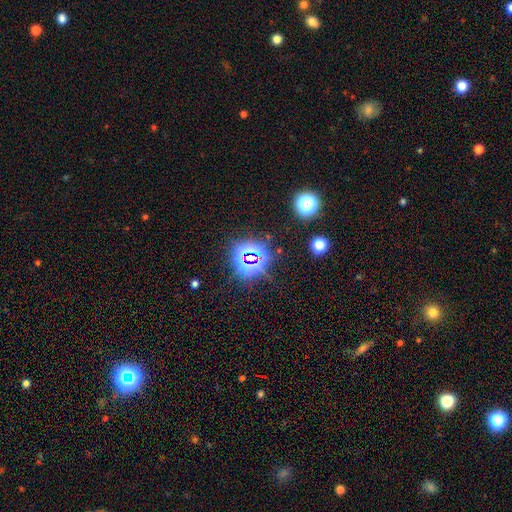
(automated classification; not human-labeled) A star or artifact, not a galaxy (80%).

Vote fractions:
- Smooth or featured? star or artifact: 80% / smooth: 12% / featured or disk: 7%